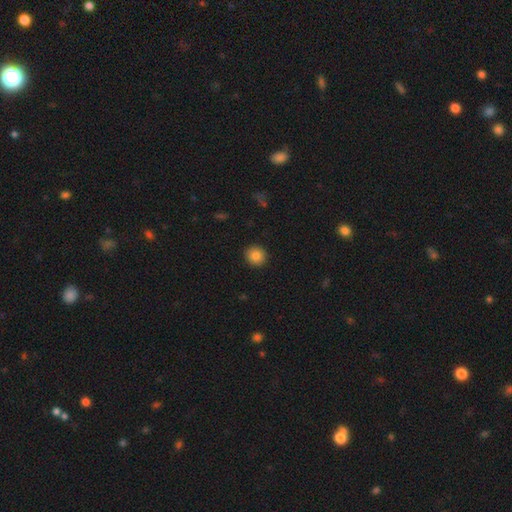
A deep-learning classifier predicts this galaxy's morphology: A smooth galaxy with no disk features (85%) that is round (91%). Merging: none (92%).